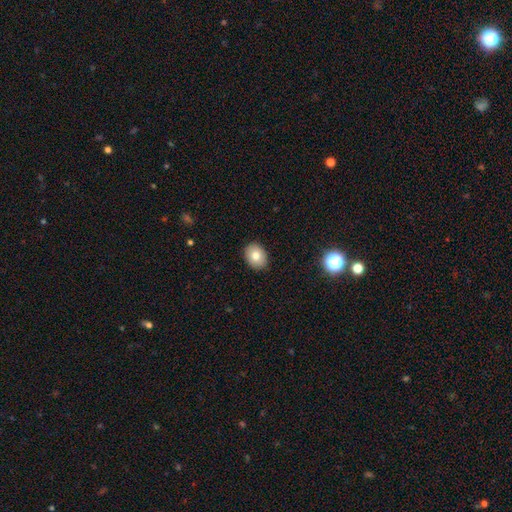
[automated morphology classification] A smooth galaxy with no disk features (78%) that is in between round and cigar-shaped (61%).

Vote fractions:
- Smooth or featured? smooth: 78% / featured or disk: 13% / star or artifact: 9%
- How rounded? in between: 61% / round: 39% / cigar-shaped: 1%
- Merging? none: 89% / minor disturbance: 9% / major disturbance: 2% / merger: 1%